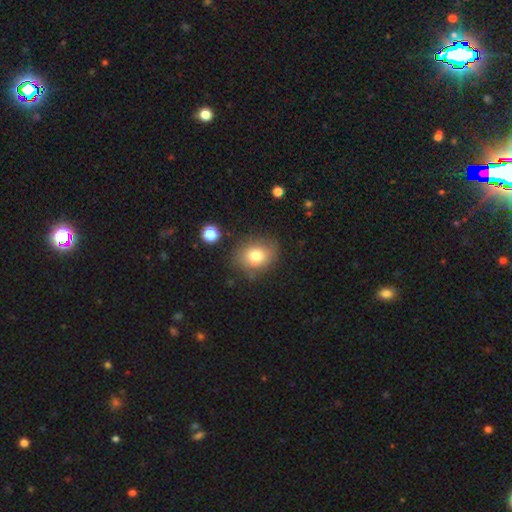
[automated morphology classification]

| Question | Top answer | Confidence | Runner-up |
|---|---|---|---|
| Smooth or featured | smooth | 75% | featured or disk (14%) |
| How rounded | round | 50% | in between (49%) |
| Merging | none | 72% | minor disturbance (17%) |